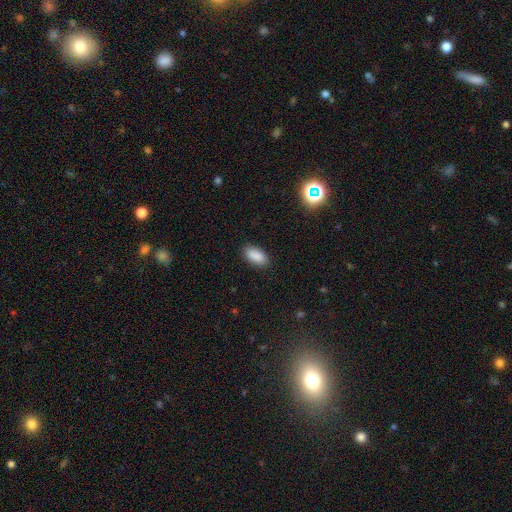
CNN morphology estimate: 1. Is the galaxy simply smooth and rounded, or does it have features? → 89% smooth, 8% star or artifact, 4% featured or disk.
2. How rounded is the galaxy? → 93% in between, 4% cigar-shaped, 3% round.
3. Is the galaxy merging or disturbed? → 87% none, 9% minor disturbance, 2% major disturbance, 1% merger.